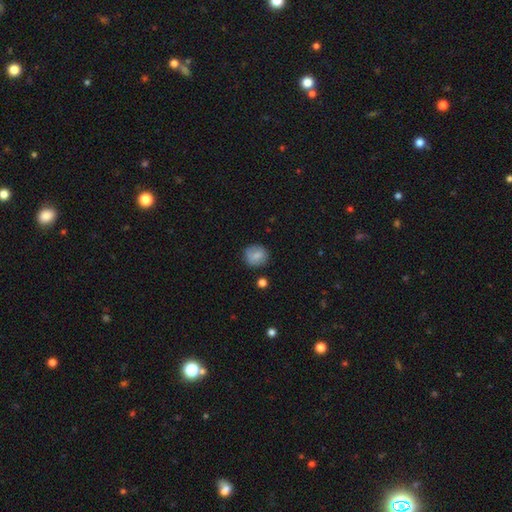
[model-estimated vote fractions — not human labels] A smooth galaxy with no disk features (78%) that is round (81%).

Vote fractions:
- Smooth or featured? smooth: 78% / featured or disk: 13% / star or artifact: 9%
- How rounded? round: 81% / in between: 18% / cigar-shaped: 1%
- Merging? none: 76% / minor disturbance: 17% / major disturbance: 5% / merger: 3%